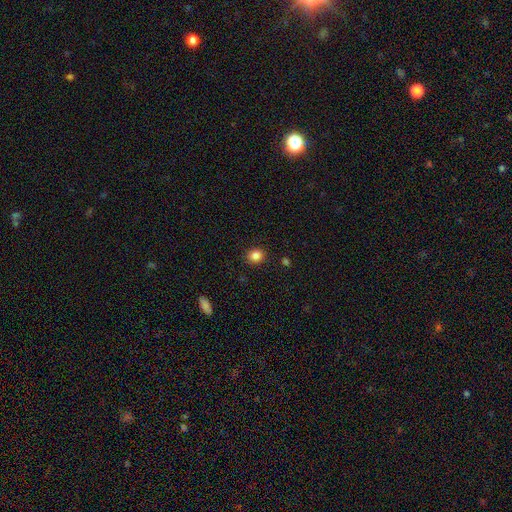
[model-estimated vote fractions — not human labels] The model was most divided on "how rounded": round: 79%, in between: 20%, cigar-shaped: 1%. More confident: merging — none (91%); smooth or featured — smooth (84%).